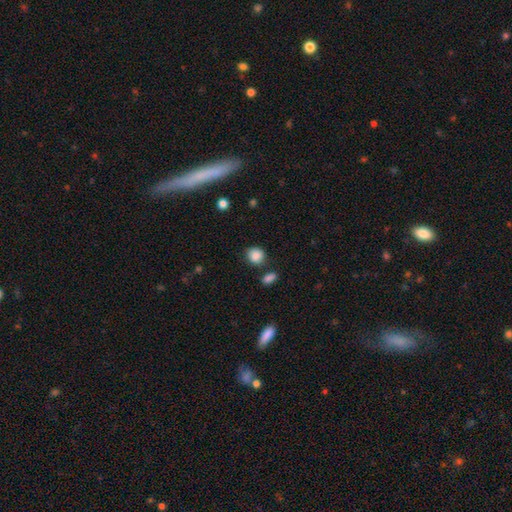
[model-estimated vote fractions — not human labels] Smooth or featured? smooth (87%)
How rounded? round (75%)
Merging? none (74%)